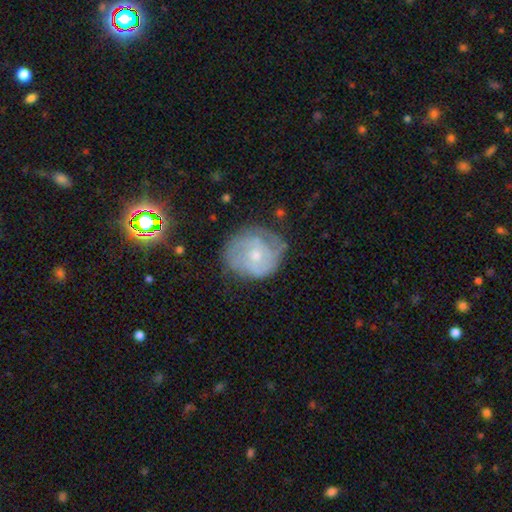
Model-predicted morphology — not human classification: Smooth or featured? Predicted: featured or disk (p=0.73). Edge-on disk? Predicted: no (p=0.98). Bar? Predicted: no (p=0.72). Spiral arms? Predicted: yes (p=0.87). Spiral winding? Predicted: tight (p=0.62). Spiral arm count? Predicted: can't tell (p=0.36, tied with 2). Bulge size? Predicted: small (p=0.58). Merging? Predicted: none (p=0.65).